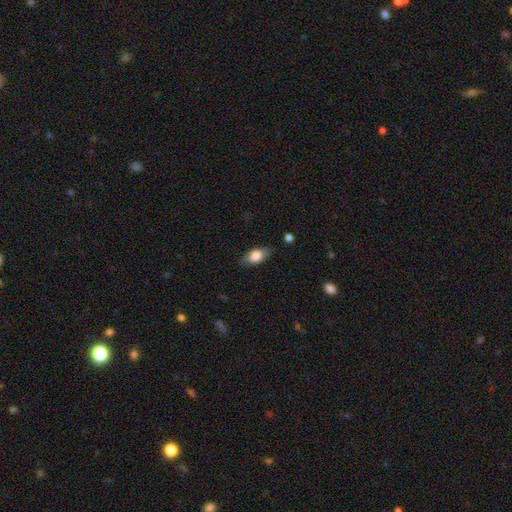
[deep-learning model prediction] Q: Smooth or featured?
A: smooth (78%); runner-up: featured or disk (15%)
Q: How rounded?
A: in between (89%); runner-up: round (6%)
Q: Merging?
A: none (81%); runner-up: minor disturbance (14%)